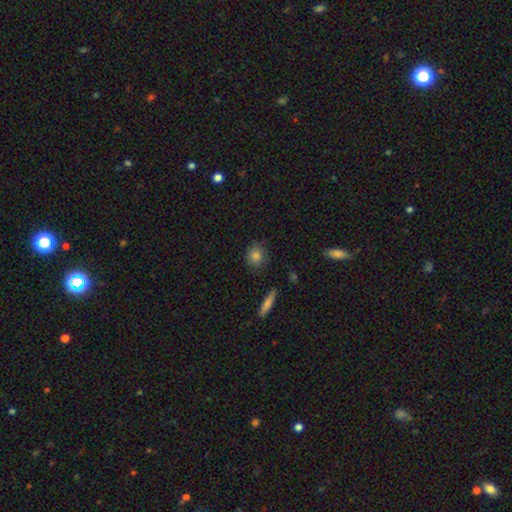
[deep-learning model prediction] A smooth galaxy with no disk features (81%) that is round (65%).

Vote fractions:
- Smooth or featured? smooth: 81% / featured or disk: 10% / star or artifact: 9%
- How rounded? round: 65% / in between: 32% / cigar-shaped: 3%
- Merging? none: 81% / minor disturbance: 14% / major disturbance: 3% / merger: 2%